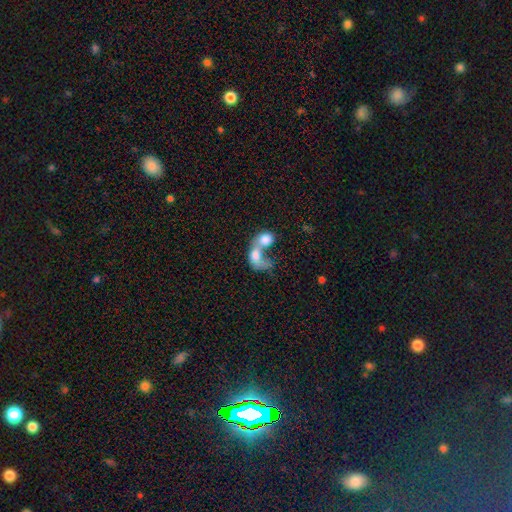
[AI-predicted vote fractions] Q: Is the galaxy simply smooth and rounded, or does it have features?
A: smooth — 67%.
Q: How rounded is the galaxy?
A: in between — 66%.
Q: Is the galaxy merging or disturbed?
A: merger — 77%.